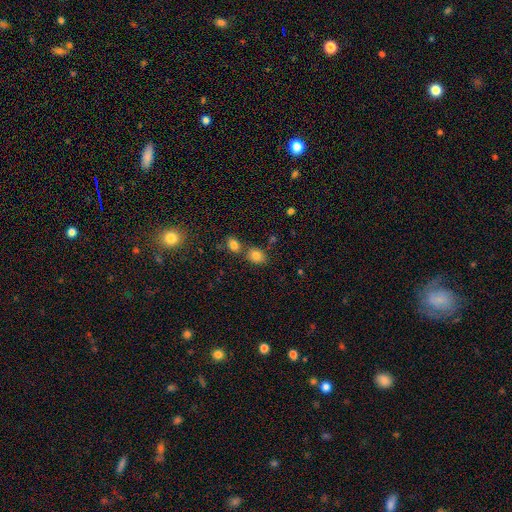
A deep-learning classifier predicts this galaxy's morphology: Q: Smooth or featured?
A: smooth (82%); runner-up: star or artifact (11%)
Q: How rounded?
A: in between (51%); runner-up: round (48%)
Q: Merging?
A: none (63%); runner-up: merger (23%)